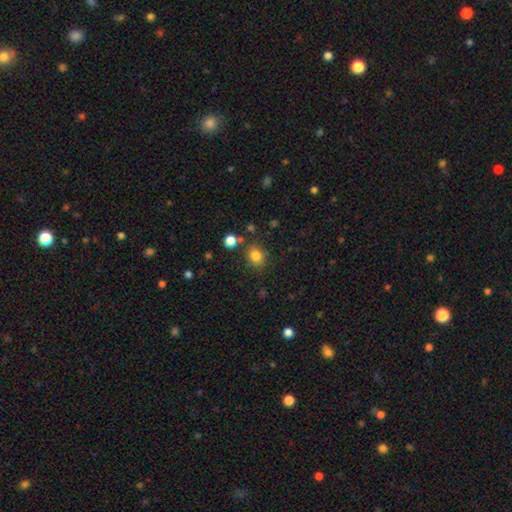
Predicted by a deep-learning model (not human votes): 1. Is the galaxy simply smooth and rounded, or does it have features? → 81% smooth, 13% star or artifact, 6% featured or disk.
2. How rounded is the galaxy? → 62% round, 37% in between, 1% cigar-shaped.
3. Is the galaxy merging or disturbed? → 78% none, 12% minor disturbance, 6% merger, 4% major disturbance.